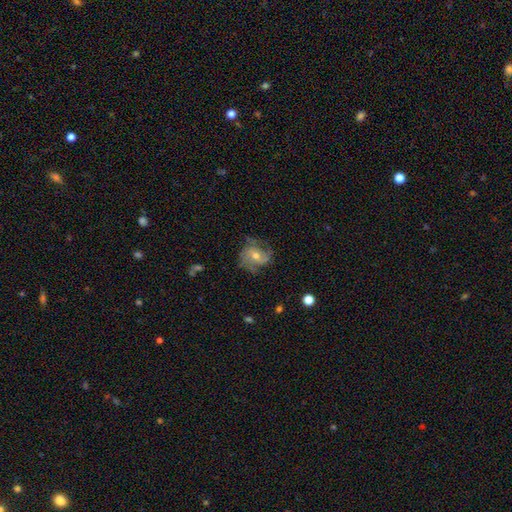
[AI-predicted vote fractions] Morphology: type=featured or disk (72%); edge-on=no (97%); bar=no (65%); spiral arms=yes (88%); winding=medium (45%); arm count=2 (30%, tied with 3); bulge=moderate (55%); merging=none (66%).